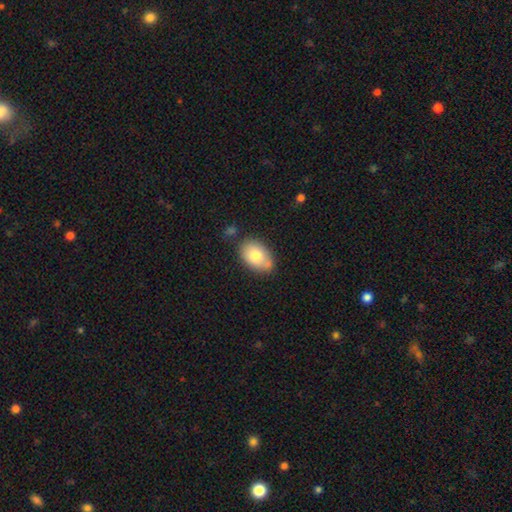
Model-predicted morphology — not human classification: Smooth or featured? Predicted: smooth (p=0.76). How rounded? Predicted: in between (p=0.87). Merging? Predicted: none (p=0.71).